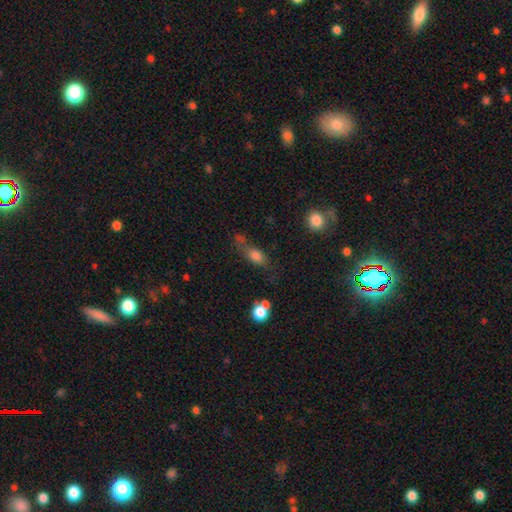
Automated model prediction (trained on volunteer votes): Morphology: type=smooth (72%); roundness=in between (69%); merging=none (41%).